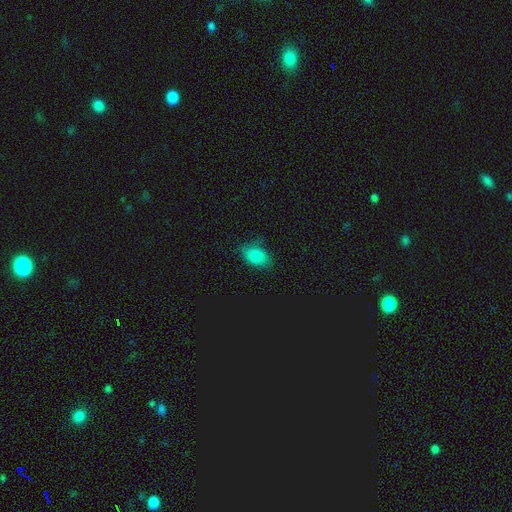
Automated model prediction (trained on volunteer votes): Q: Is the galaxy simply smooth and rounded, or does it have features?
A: smooth — 81%.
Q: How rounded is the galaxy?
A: in between — 87%.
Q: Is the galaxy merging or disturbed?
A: none — 66%.